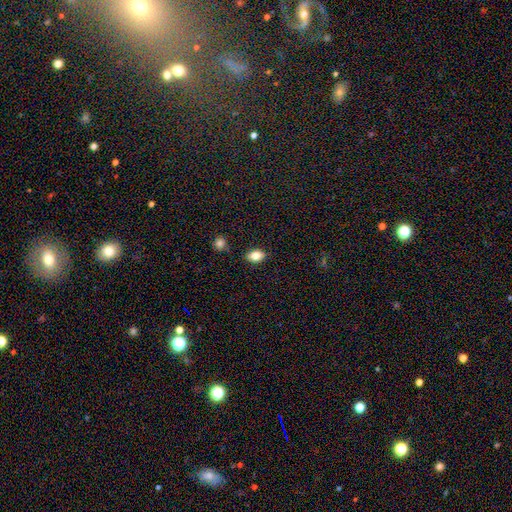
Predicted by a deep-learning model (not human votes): Smooth or featured? Predicted: smooth (p=0.81). How rounded? Predicted: in between (p=0.84). Merging? Predicted: none (p=0.85).